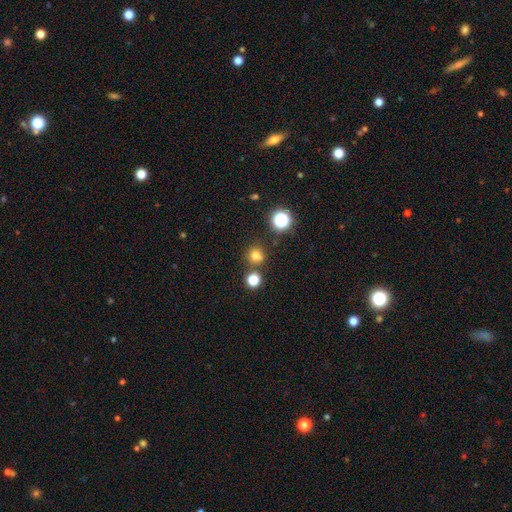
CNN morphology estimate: This appears to be a smooth galaxy with no disk features (73%) that is round (87%). Merging: none (75%).